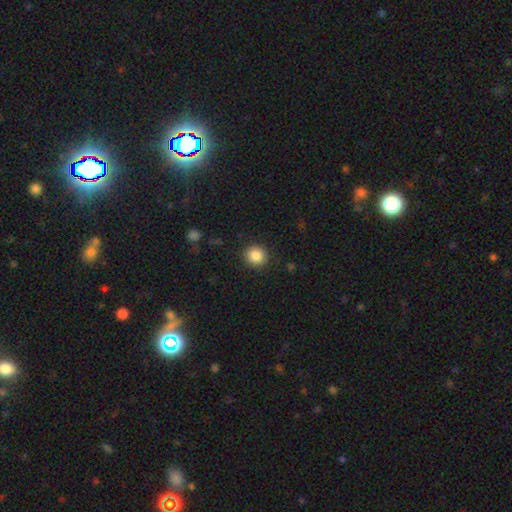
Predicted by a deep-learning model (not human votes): smooth-or-featured: smooth: 87% | star or artifact: 9% | featured or disk: 4%
  how-rounded: round: 89% | in between: 10% | cigar-shaped: 1%
  merging: none: 90% | minor disturbance: 7% | major disturbance: 3% | merger: 1%